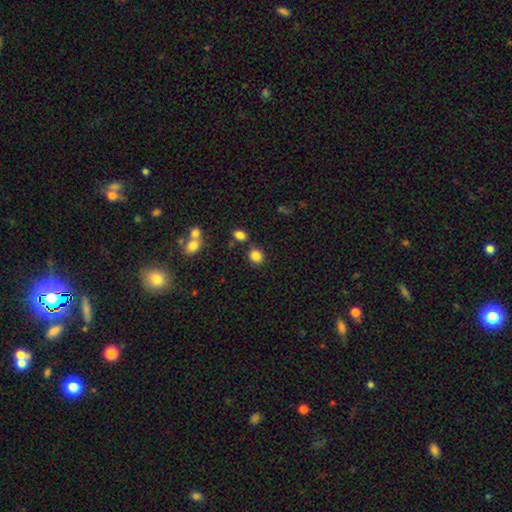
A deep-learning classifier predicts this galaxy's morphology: Overall: smooth (85%). How rounded: round (68%; in between 30%). Merging: none (76%).